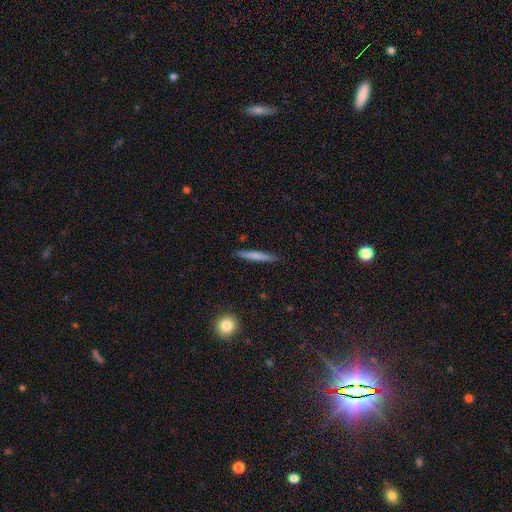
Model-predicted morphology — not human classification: Smooth or featured? Predicted: smooth (p=0.70). How rounded? Predicted: cigar-shaped (p=0.95). Merging? Predicted: none (p=0.90).